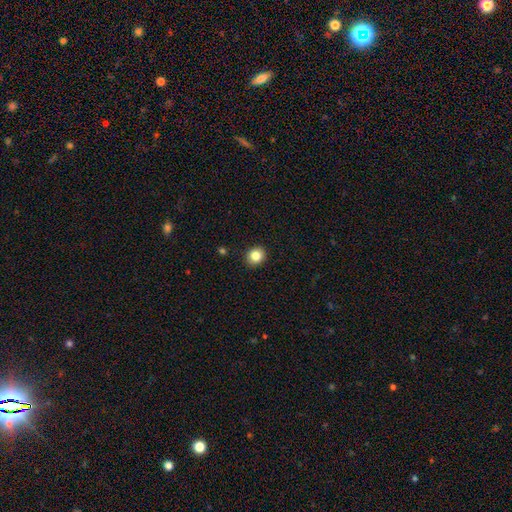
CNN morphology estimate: This appears to be a smooth galaxy with no disk features (83%) that is round (83%). Merging: none (92%).